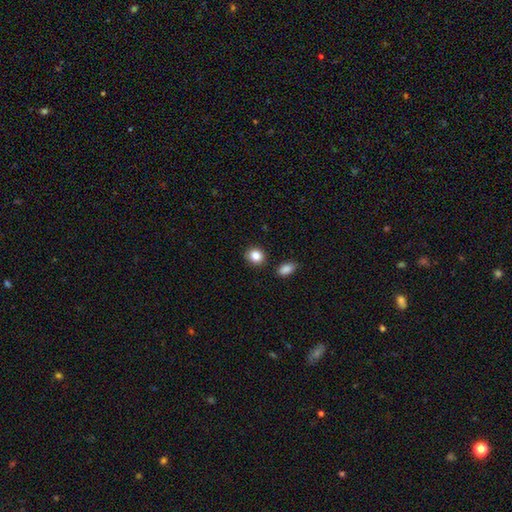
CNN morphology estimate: Q: Smooth or featured?
A: smooth (86%); runner-up: star or artifact (9%)
Q: How rounded?
A: round (73%); runner-up: in between (25%)
Q: Merging?
A: none (84%); runner-up: minor disturbance (9%)